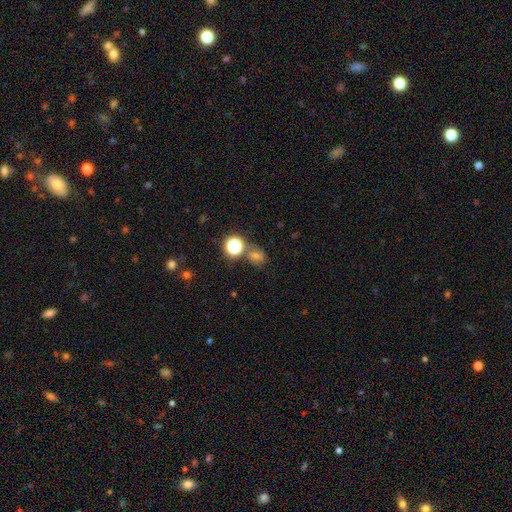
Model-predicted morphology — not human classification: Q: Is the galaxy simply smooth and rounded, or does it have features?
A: smooth — 47%.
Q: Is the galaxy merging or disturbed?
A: none — 65%.